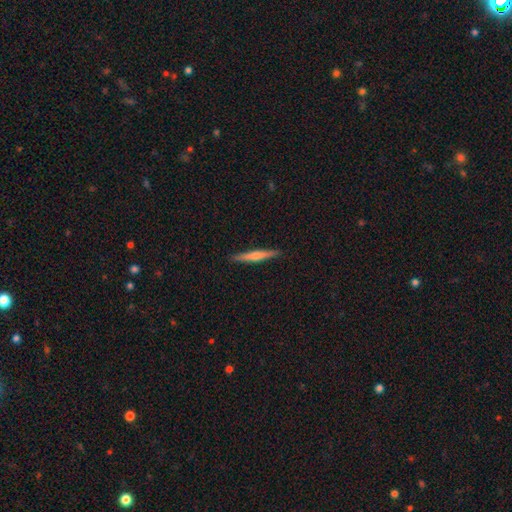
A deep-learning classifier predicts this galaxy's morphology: The model was most divided on "smooth or featured": smooth: 53%, featured or disk: 41%, star or artifact: 6%. More confident: how rounded — cigar-shaped (95%); merging — none (91%).